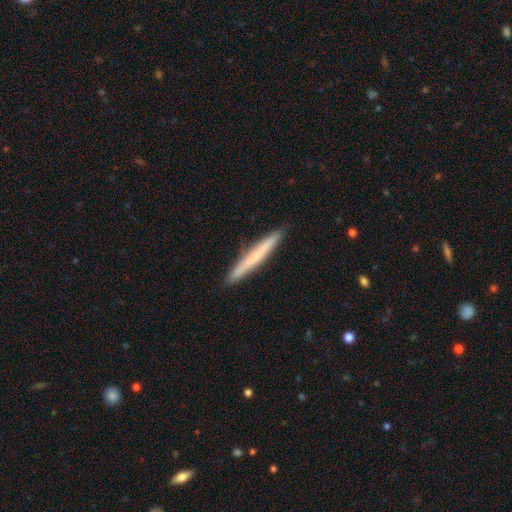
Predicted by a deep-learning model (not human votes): This appears to be a smooth galaxy with no disk features (52%) that is cigar-shaped (96%). Merging: none (91%).